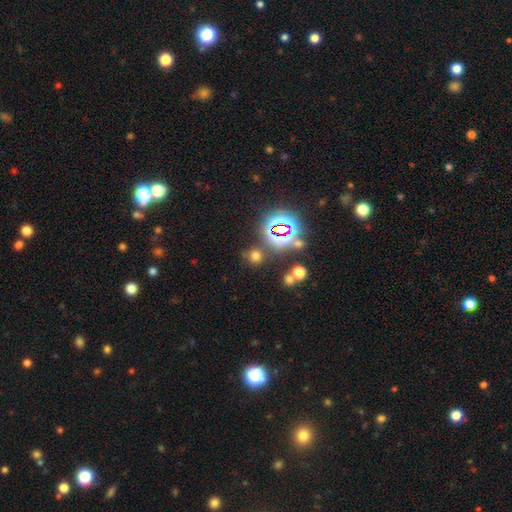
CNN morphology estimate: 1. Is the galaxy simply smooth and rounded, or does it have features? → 56% smooth, 37% star or artifact, 7% featured or disk.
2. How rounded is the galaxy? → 87% round, 12% in between, 1% cigar-shaped.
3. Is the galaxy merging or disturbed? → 77% none, 10% minor disturbance, 9% merger, 5% major disturbance.